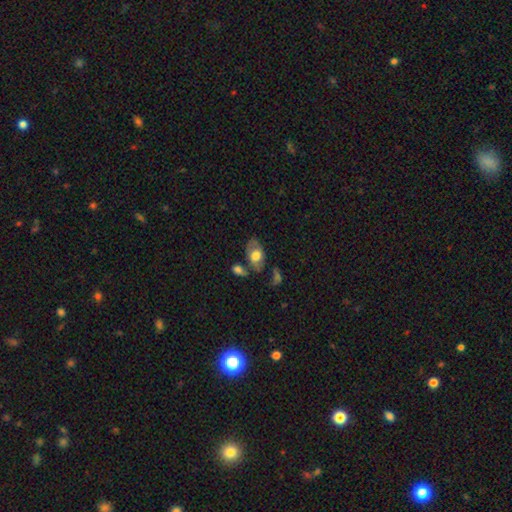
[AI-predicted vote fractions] Smooth or featured: smooth — 59% (featured or disk — 34%)
How rounded: in between — 90% (round — 8%)
Merging: none — 56% (minor disturbance — 21%)